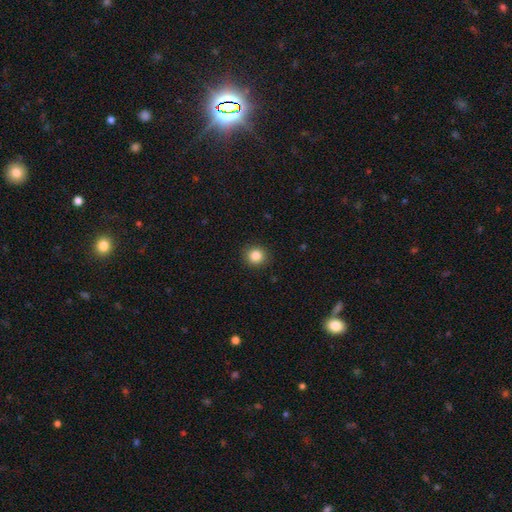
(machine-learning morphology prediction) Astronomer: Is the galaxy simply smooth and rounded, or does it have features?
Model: smooth — 85%.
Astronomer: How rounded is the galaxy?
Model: round — 91%.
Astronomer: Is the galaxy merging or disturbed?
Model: none — 91%.